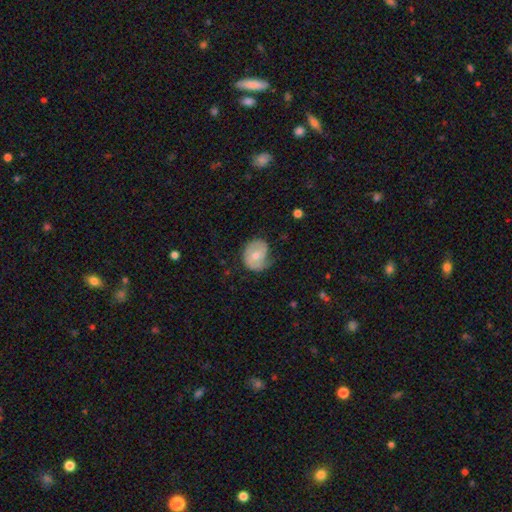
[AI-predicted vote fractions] smooth_or_featured: smooth (p=0.50) [alt: featured or disk p=0.44]
how_rounded: round (p=0.59) [alt: in between p=0.40]
merging: none (p=0.51) [alt: minor disturbance p=0.34]